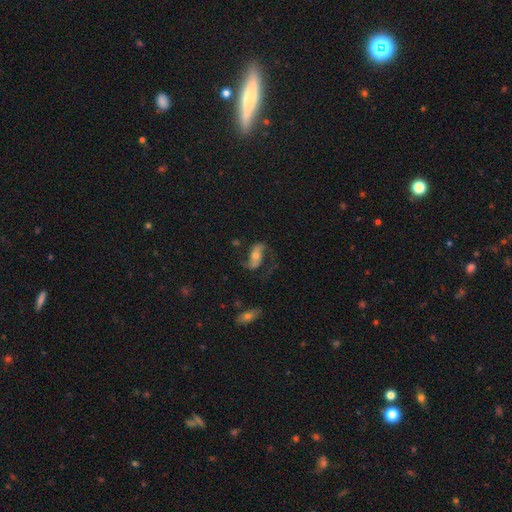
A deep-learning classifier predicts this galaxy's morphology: Smooth or featured?
  - featured or disk: 76% *
  - smooth: 16%
  - star or artifact: 8%
Edge-on disk?
  - no: 94% *
  - yes: 6%
Bar?
  - no: 41% *
  - weak: 30%
  - strong: 29%
Spiral arms?
  - yes: 91% *
  - no: 9%
Spiral winding?
  - loose: 58% *
  - medium: 33%
  - tight: 9%
Spiral arm count?
  - 2: 89% *
  - 1: 4%
  - can't tell: 4%
  - 3: 1%
  - 4: 1%
  - more than 4: 1%
Bulge size?
  - moderate: 59% *
  - small: 31%
  - large: 7%
  - none: 2%
  - dominant: 2%
Merging?
  - none: 60% *
  - major disturbance: 21%
  - minor disturbance: 17%
  - merger: 3%